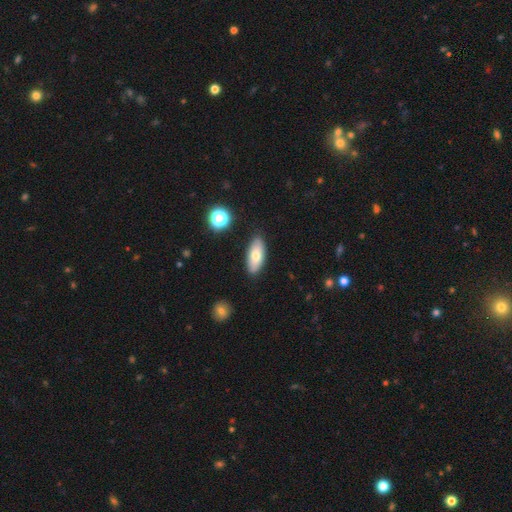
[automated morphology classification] type=smooth (72%); roundness=in between (83%); merging=none (86%).